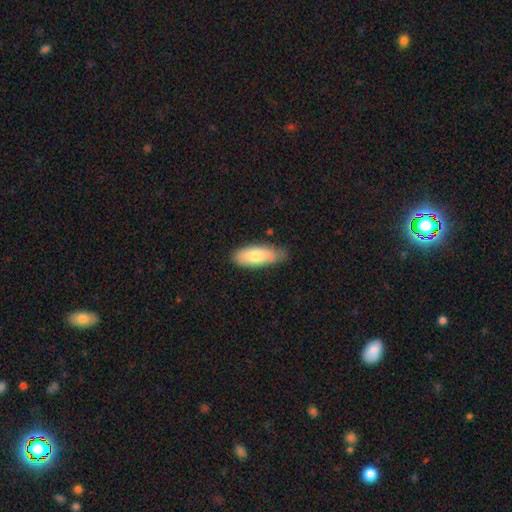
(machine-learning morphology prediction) Overall: smooth (78%). How rounded: in between (76%). Merging: none (67%).